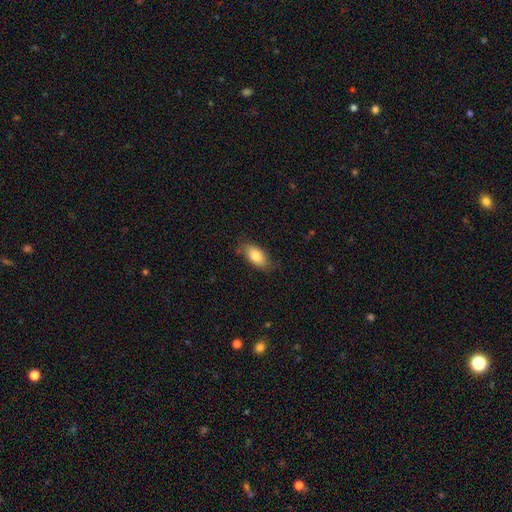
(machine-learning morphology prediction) Smooth or featured? Predicted: smooth (p=0.80). How rounded? Predicted: in between (p=0.90). Merging? Predicted: none (p=0.76).